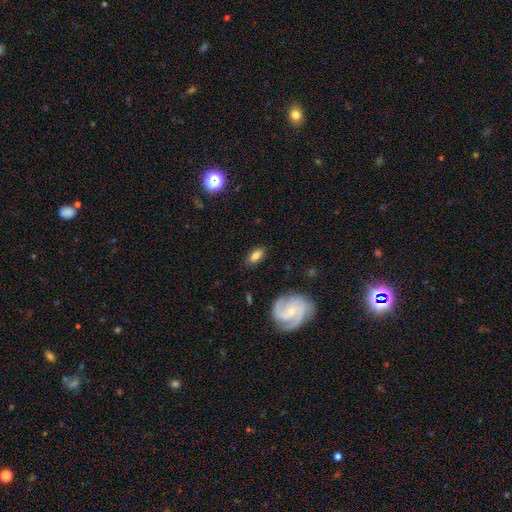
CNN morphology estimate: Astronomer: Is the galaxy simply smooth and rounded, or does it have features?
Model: smooth — 75%.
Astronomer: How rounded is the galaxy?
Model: in between — 89%.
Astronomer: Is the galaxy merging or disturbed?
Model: none — 82%.